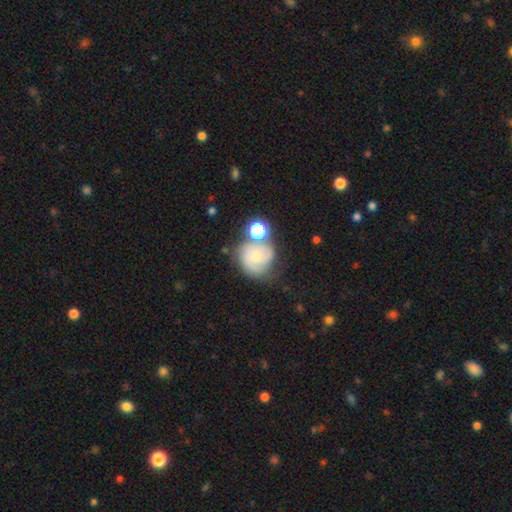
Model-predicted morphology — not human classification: The model was most divided on "merging": none: 46%, merger: 22%, minor disturbance: 19%, major disturbance: 13%. More confident: edge-on disk — no (98%); spiral arms — yes (86%); bar — no (72%); smooth or featured — featured or disk (58%); bulge size — small (55%).